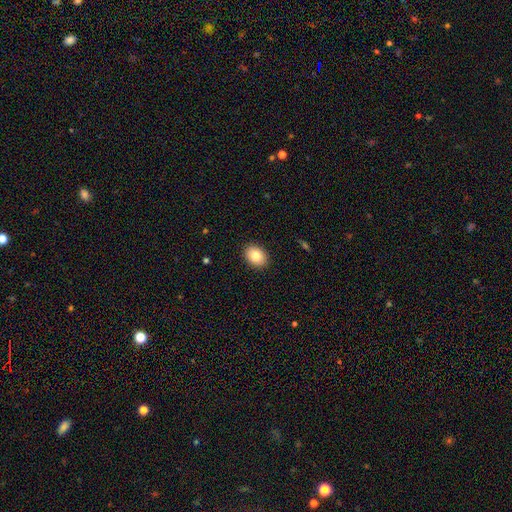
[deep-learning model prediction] smooth-or-featured: smooth: 82% | featured or disk: 10% | star or artifact: 8%
  how-rounded: in between: 67% | round: 32% | cigar-shaped: 1%
  merging: none: 90% | minor disturbance: 7% | major disturbance: 2% | merger: 1%